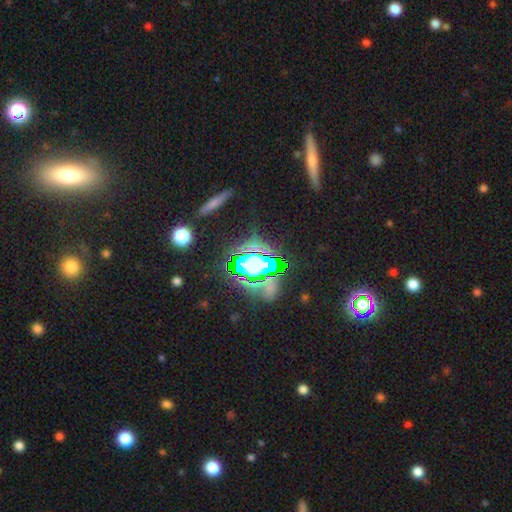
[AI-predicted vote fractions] Smooth or featured? star or artifact (58%)